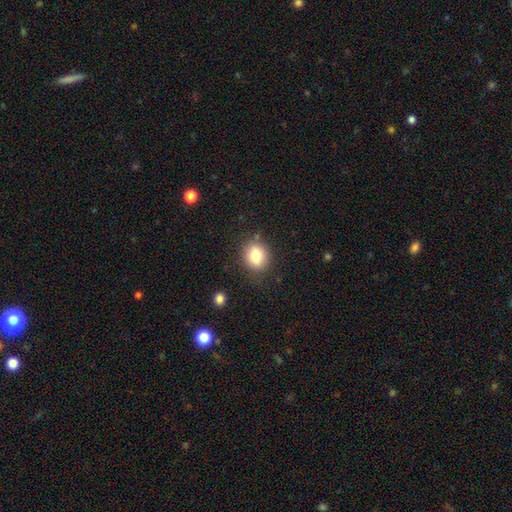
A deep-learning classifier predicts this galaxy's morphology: Smooth or featured? Predicted: smooth (p=0.79). How rounded? Predicted: round (p=0.54). Merging? Predicted: none (p=0.82).